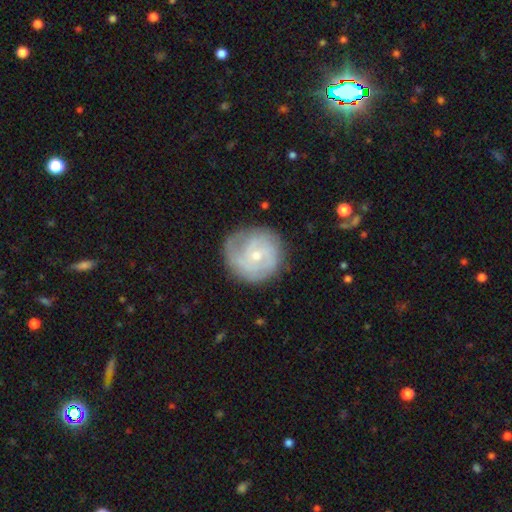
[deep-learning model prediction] A featured or disk galaxy (69%) with no bar (70%), tight (59%) spiral arms (87%) and a small central bulge (64%). Merging: none (73%).